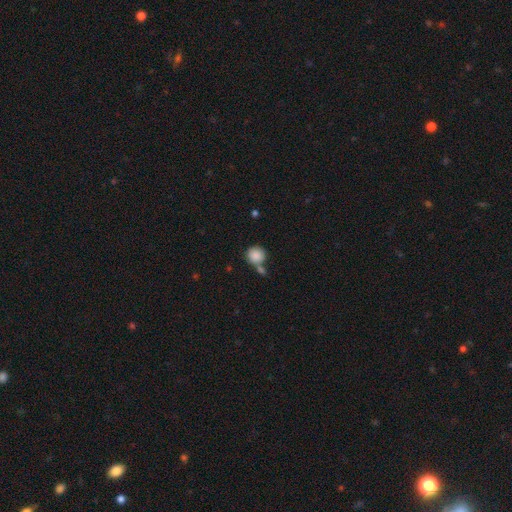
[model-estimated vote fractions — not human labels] Smooth or featured: smooth — 87% (star or artifact — 8%)
How rounded: round — 89% (in between — 10%)
Merging: none — 54% (merger — 29%)